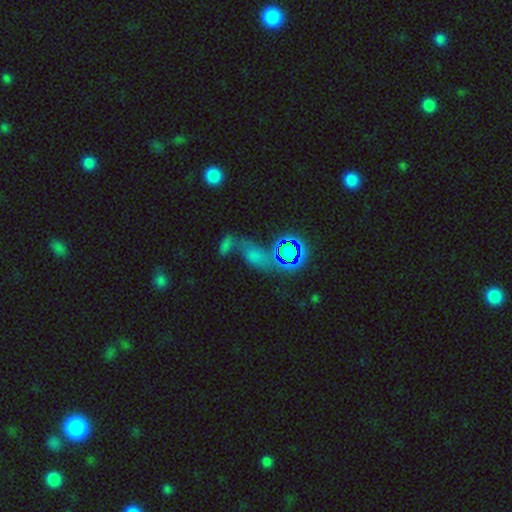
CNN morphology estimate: type=smooth (45%); merging=merger (37%).